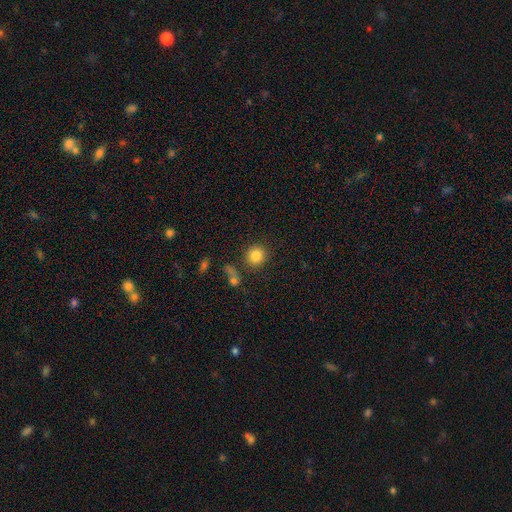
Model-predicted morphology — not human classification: Smooth or featured?
  - smooth: 83% *
  - star or artifact: 10%
  - featured or disk: 6%
How rounded?
  - round: 91% *
  - in between: 8%
  - cigar-shaped: 1%
Merging?
  - none: 81% *
  - minor disturbance: 9%
  - merger: 7%
  - major disturbance: 4%